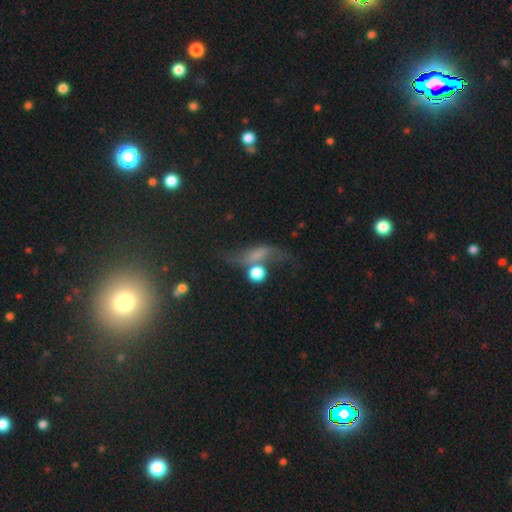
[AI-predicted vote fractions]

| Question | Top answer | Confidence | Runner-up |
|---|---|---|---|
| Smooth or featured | featured or disk | 43% | smooth (41%) |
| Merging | none | 35% | major disturbance (28%) |